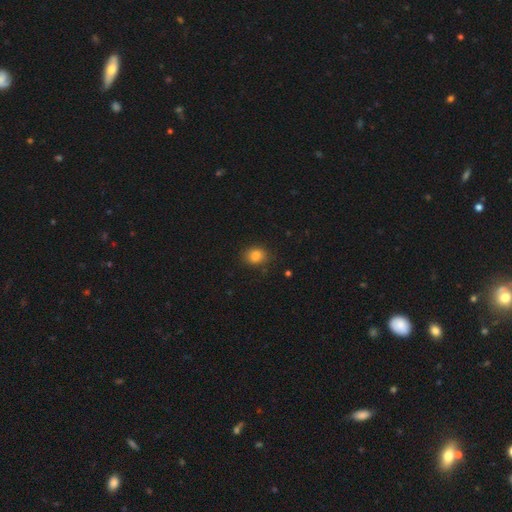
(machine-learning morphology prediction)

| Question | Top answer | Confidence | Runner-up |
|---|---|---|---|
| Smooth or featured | smooth | 85% | star or artifact (11%) |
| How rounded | round | 57% | in between (42%) |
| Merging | none | 81% | minor disturbance (14%) |